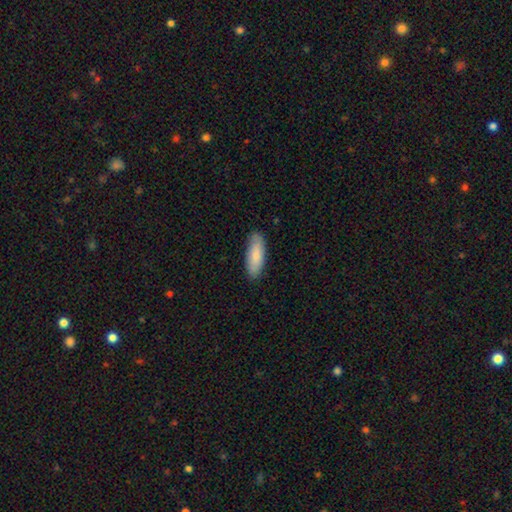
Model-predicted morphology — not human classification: This appears to be a smooth galaxy with no disk features (85%) that is in between round and cigar-shaped (60%). Merging: none (85%).